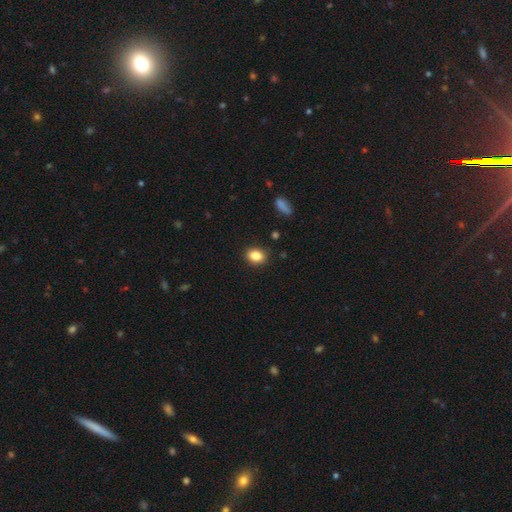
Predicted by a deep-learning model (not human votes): This appears to be a smooth galaxy with no disk features (85%) that is in between round and cigar-shaped (64%). Merging: none (87%).